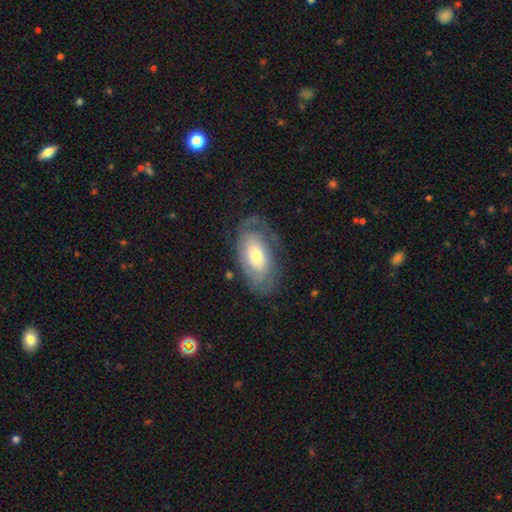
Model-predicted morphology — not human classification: This is likely a featured or disk galaxy (62%). It is clearly not viewed edge-on (92%). Bar: likely no (73%). Spiral arm pattern: likely yes (74%). Central bulge: possibly moderate (55%). Merging: likely none (67%).